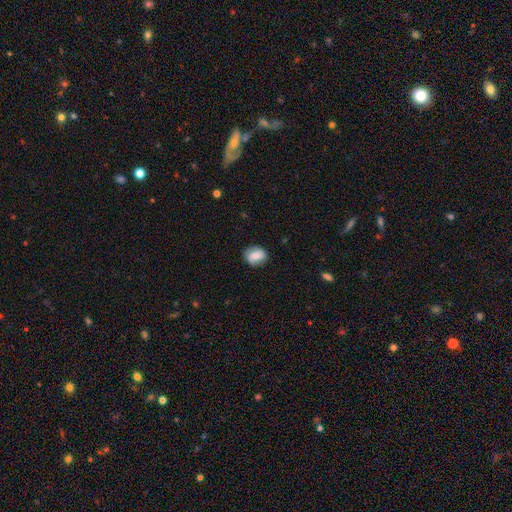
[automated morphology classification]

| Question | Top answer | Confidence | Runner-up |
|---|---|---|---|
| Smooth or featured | smooth | 68% | featured or disk (24%) |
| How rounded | round | 55% | in between (43%) |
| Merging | none | 82% | minor disturbance (14%) |